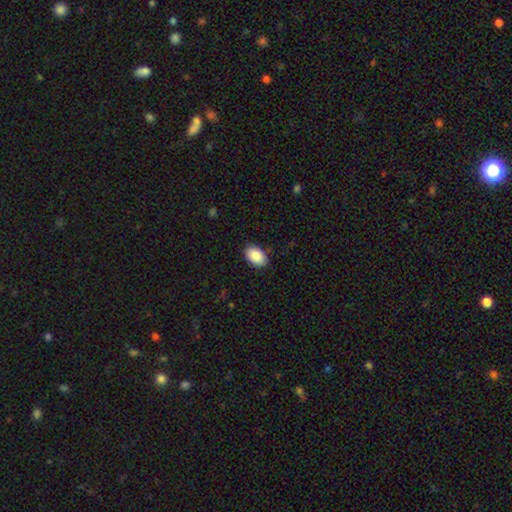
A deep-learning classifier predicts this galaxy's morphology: This is clearly a smooth galaxy (89%). How rounded: clearly in between (91%). Merging: clearly none (86%).